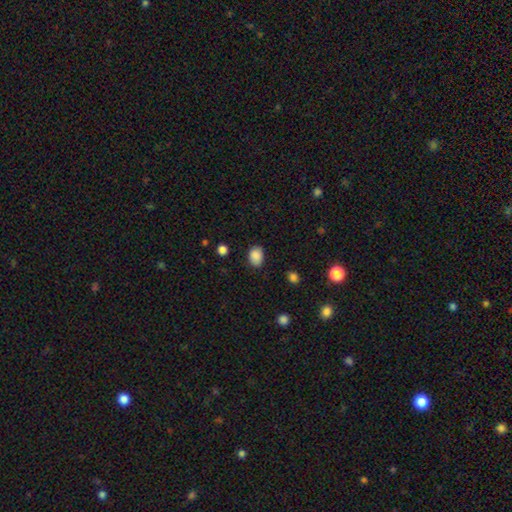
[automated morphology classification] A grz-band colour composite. It shows a smooth galaxy with no disk features (88%) that is in between round and cigar-shaped (73%). Merging: none (80%).